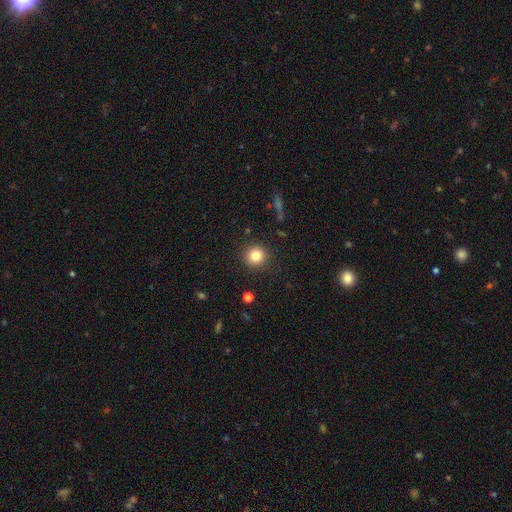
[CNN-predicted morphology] Q: Smooth or featured?
A: smooth (82%); runner-up: star or artifact (11%)
Q: How rounded?
A: round (92%); runner-up: in between (7%)
Q: Merging?
A: none (90%); runner-up: minor disturbance (6%)